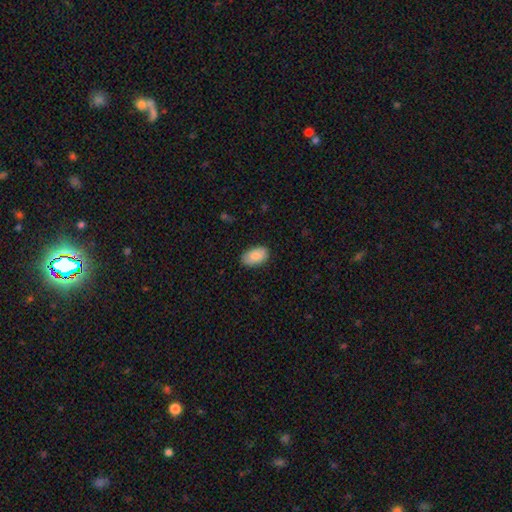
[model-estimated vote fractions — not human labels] The model was most divided on "merging": none: 86%, minor disturbance: 11%, major disturbance: 2%, merger: 1%. More confident: how rounded — in between (94%); smooth or featured — smooth (88%).